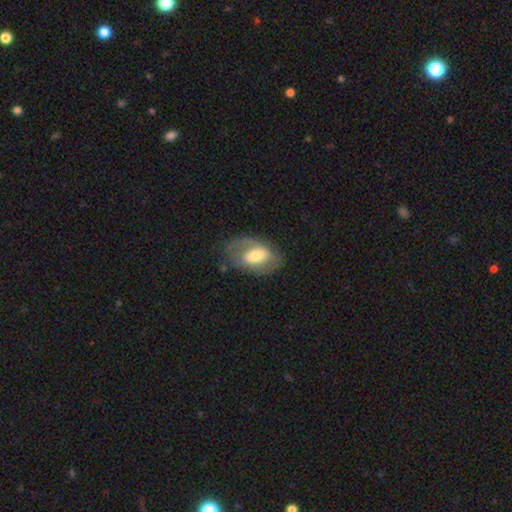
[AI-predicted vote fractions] The model was most divided on "bar": weak: 39%, no: 33%, strong: 27%. More confident: edge-on disk — no (94%); merging — none (64%); spiral arms — yes (60%); bulge size — moderate (57%); smooth or featured — featured or disk (55%).